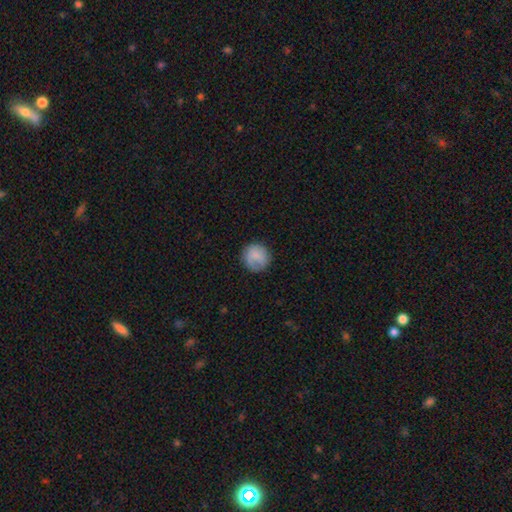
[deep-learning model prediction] Morphology: type=smooth (81%); roundness=round (93%); merging=none (81%).